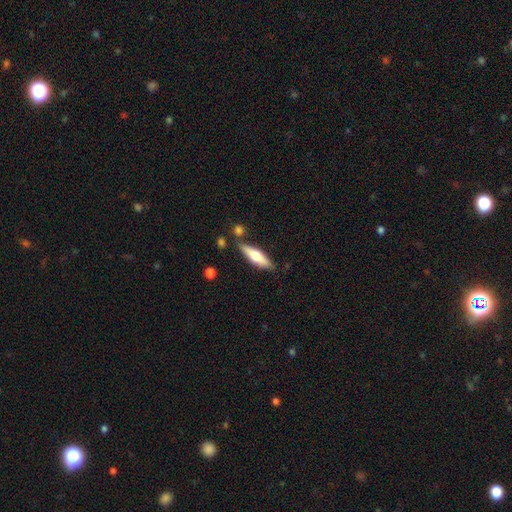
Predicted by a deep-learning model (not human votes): Q: Smooth or featured?
A: smooth (54%); runner-up: featured or disk (40%)
Q: How rounded?
A: cigar-shaped (64%); runner-up: in between (34%)
Q: Merging?
A: none (79%); runner-up: minor disturbance (13%)